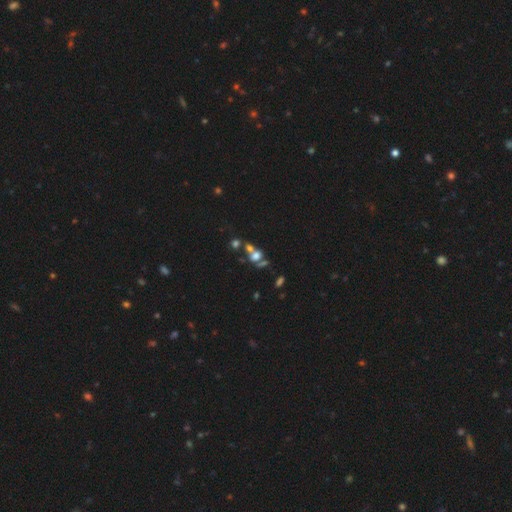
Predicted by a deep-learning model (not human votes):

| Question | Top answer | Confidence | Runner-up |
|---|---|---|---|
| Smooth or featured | smooth | 48% | featured or disk (28%) |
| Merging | merger | 46% | none (33%) |